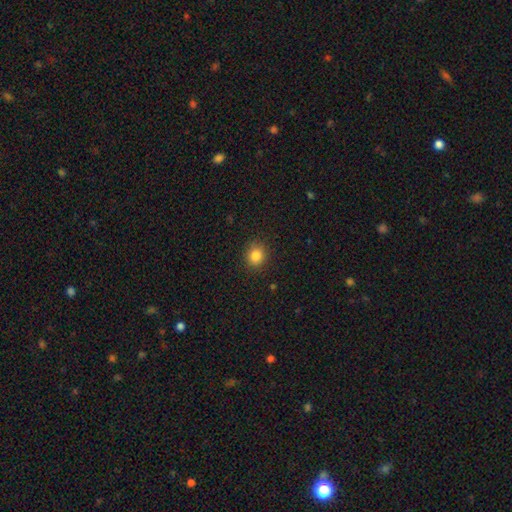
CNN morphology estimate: Smooth or featured? Predicted: smooth (p=0.84). How rounded? Predicted: round (p=0.76). Merging? Predicted: none (p=0.89).